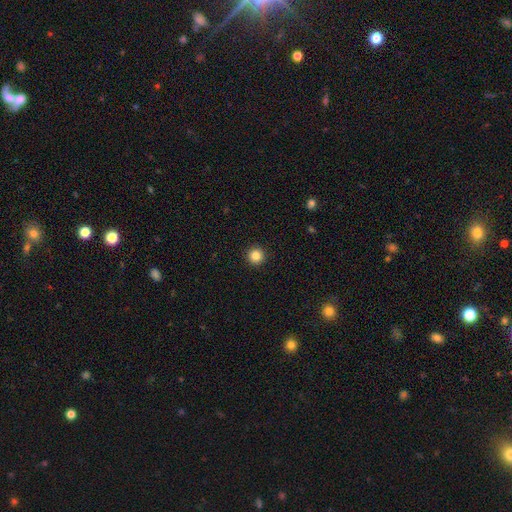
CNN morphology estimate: Q: Smooth or featured?
A: smooth (85%); runner-up: star or artifact (11%)
Q: How rounded?
A: round (96%); runner-up: in between (3%)
Q: Merging?
A: none (94%); runner-up: minor disturbance (4%)